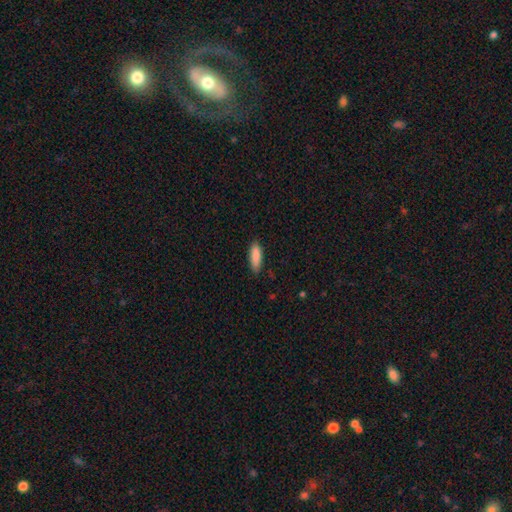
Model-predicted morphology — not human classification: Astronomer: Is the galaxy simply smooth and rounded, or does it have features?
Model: smooth — 88%.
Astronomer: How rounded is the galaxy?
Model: in between — 56% (runner-up: cigar-shaped, 42%).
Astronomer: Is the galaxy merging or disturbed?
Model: none — 85%.